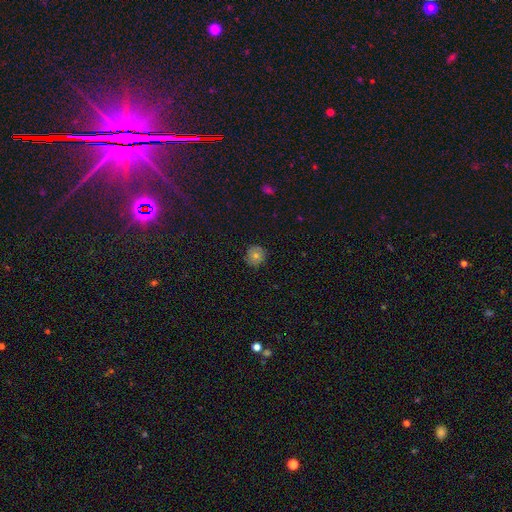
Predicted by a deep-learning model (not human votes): Smooth or featured? smooth (69%)
How rounded? round (92%)
Merging? none (86%)